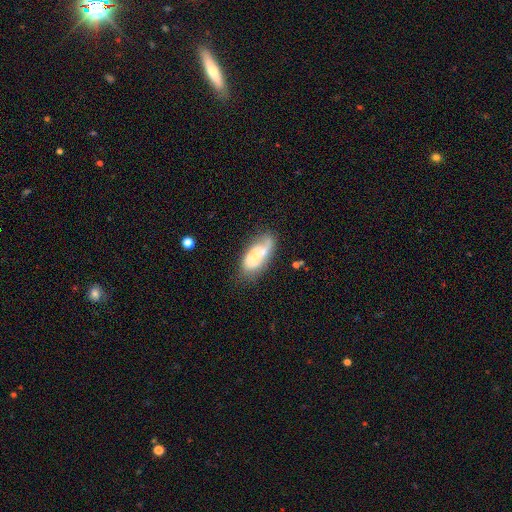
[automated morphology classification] A smooth galaxy with no disk features (49%). Merging: none (45%).